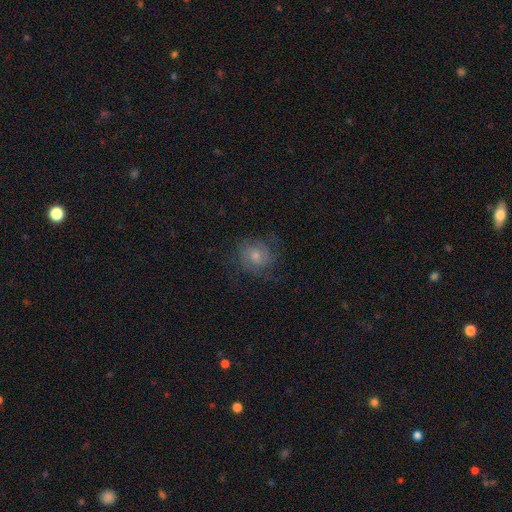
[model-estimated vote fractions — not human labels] The model was most divided on "bulge size": moderate: 47%, small: 44%, large: 4%, none: 3%, dominant: 1%. Remaining: edge-on disk — no (97%); spiral arms — yes (90%); merging — none (74%); bar — no (71%); smooth or featured — featured or disk (61%); spiral winding — tight (51%); spiral arm count — 2 (37%).